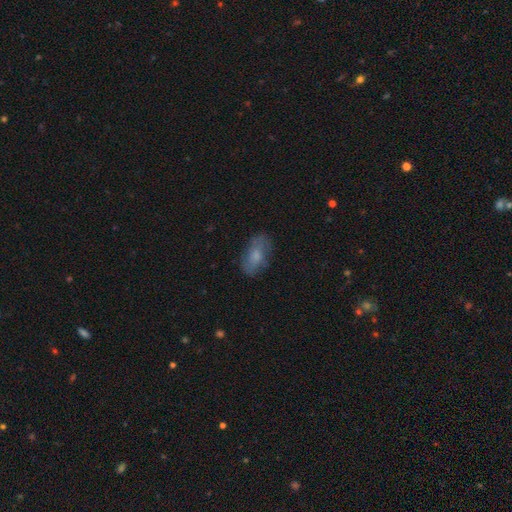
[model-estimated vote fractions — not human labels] Morphology: type=smooth (62%); roundness=in between (89%); merging=none (74%).